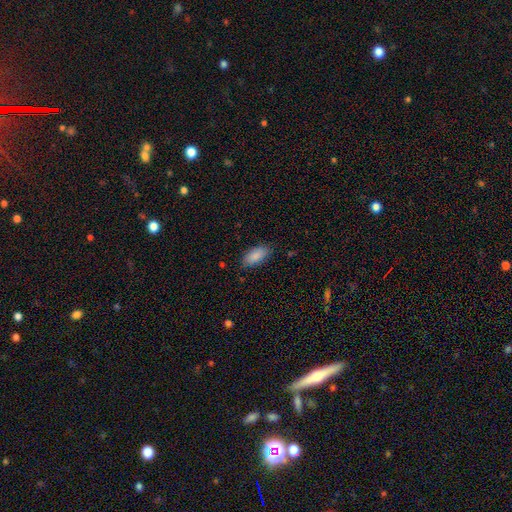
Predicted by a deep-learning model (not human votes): smooth-or-featured: smooth: 88% | star or artifact: 6% | featured or disk: 6%
  how-rounded: in between: 89% | cigar-shaped: 9% | round: 2%
  merging: none: 83% | minor disturbance: 13% | major disturbance: 3% | merger: 1%